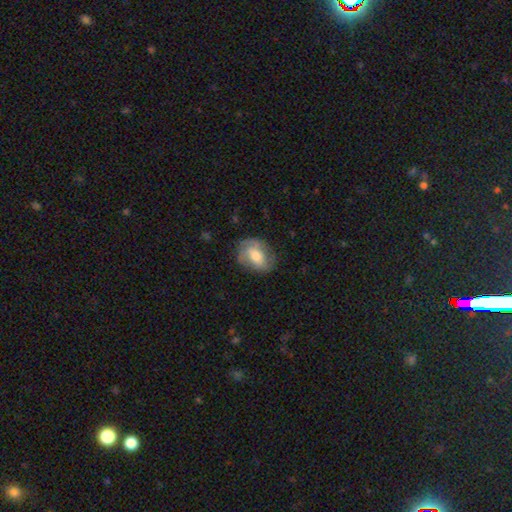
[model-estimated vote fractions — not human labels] This appears to be a smooth galaxy with no disk features (56%) that is in between round and cigar-shaped (63%). Merging: none (70%).